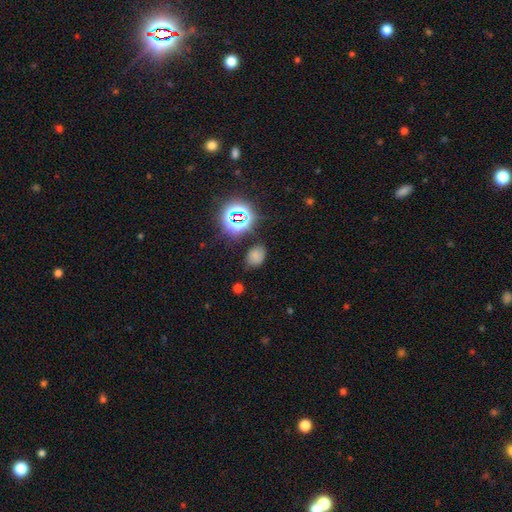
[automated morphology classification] Smooth or featured? Predicted: smooth (p=0.64). How rounded? Predicted: in between (p=0.70). Merging? Predicted: none (p=0.74).